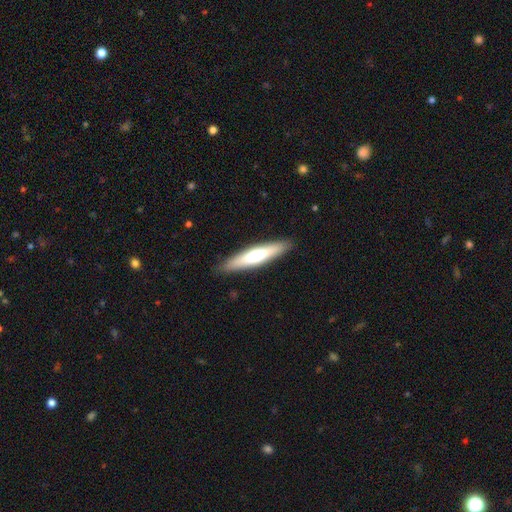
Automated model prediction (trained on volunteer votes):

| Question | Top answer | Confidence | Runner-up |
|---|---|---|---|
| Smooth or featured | smooth | 56% | featured or disk (39%) |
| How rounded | cigar-shaped | 82% | in between (17%) |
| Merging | none | 89% | minor disturbance (8%) |